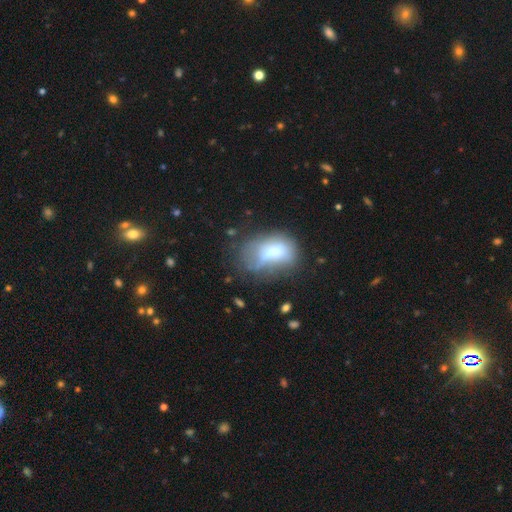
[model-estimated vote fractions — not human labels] This appears to be a smooth galaxy with no disk features (56%) that is in between round and cigar-shaped (79%). Merging: none (53%).